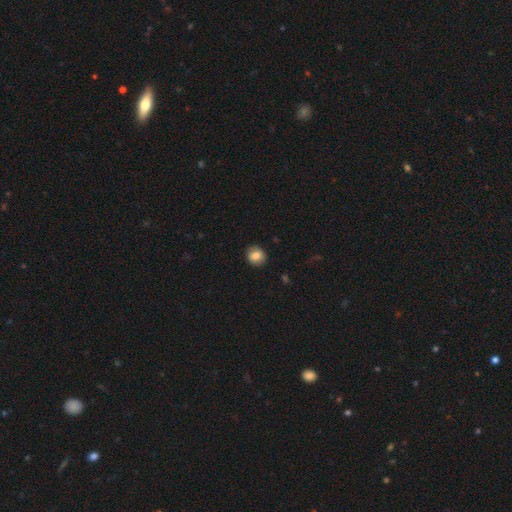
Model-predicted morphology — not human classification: smooth-or-featured: smooth: 81% | featured or disk: 10% | star or artifact: 9%
  how-rounded: round: 82% | in between: 17% | cigar-shaped: 1%
  merging: none: 89% | minor disturbance: 8% | major disturbance: 2% | merger: 1%